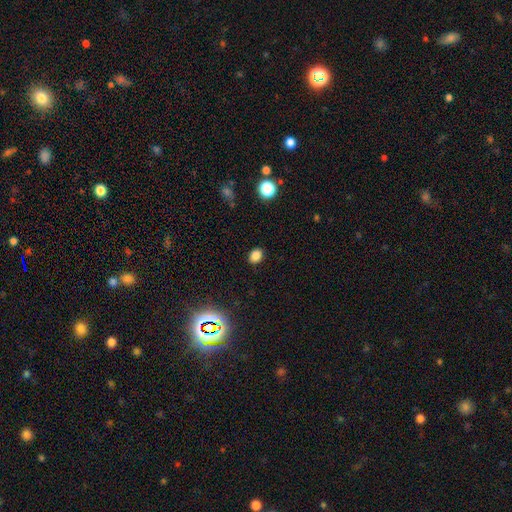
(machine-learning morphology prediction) type=smooth (82%); roundness=in between (53%); merging=none (88%).